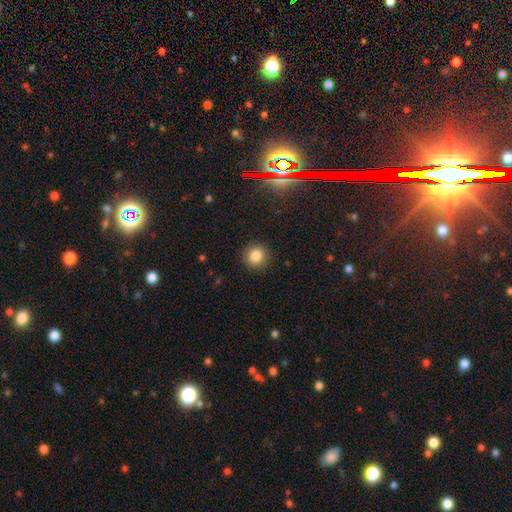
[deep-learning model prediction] Smooth or featured?
  - smooth: 83% *
  - star or artifact: 11%
  - featured or disk: 6%
How rounded?
  - round: 90% *
  - in between: 9%
  - cigar-shaped: 1%
Merging?
  - none: 90% *
  - minor disturbance: 7%
  - major disturbance: 2%
  - merger: 1%